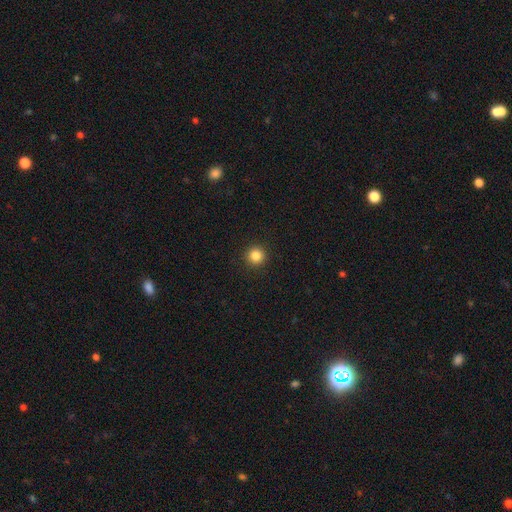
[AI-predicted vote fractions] This appears to be a smooth galaxy with no disk features (85%) that is round (96%). Merging: none (93%).